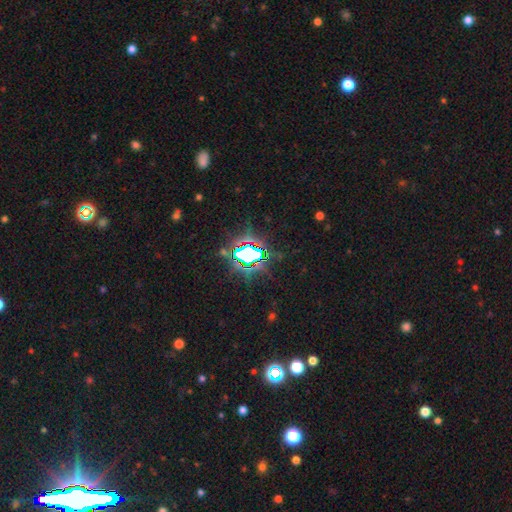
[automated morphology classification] type=star or artifact (81%).